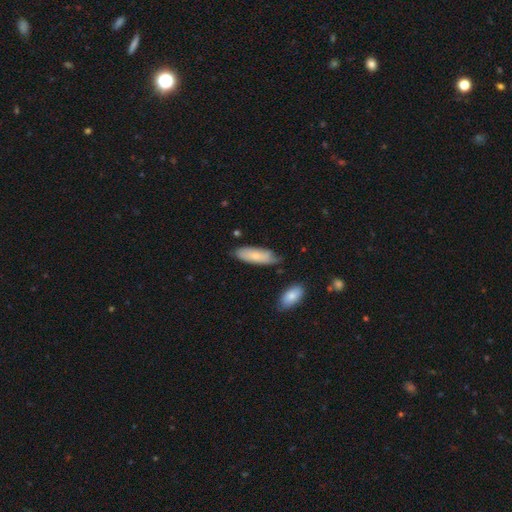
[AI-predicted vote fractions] smooth_or_featured: smooth (p=0.75) [alt: featured or disk p=0.19]
how_rounded: in between (p=0.62) [alt: cigar-shaped p=0.36]
merging: none (p=0.68) [alt: minor disturbance p=0.24]